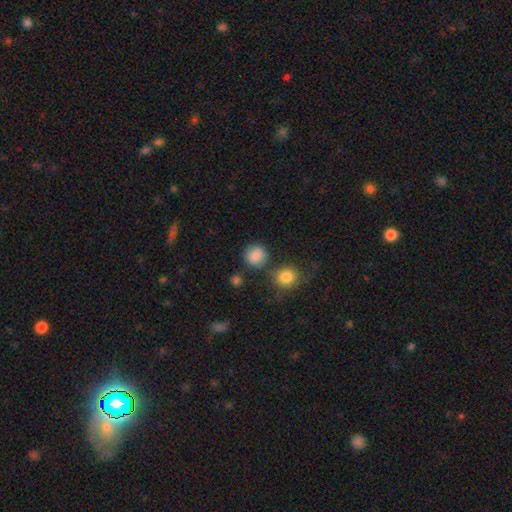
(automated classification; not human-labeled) smooth 86%, star or artifact 10%, featured or disk 4%. Down the decision tree: how rounded — round (86%); merging — none (76%).